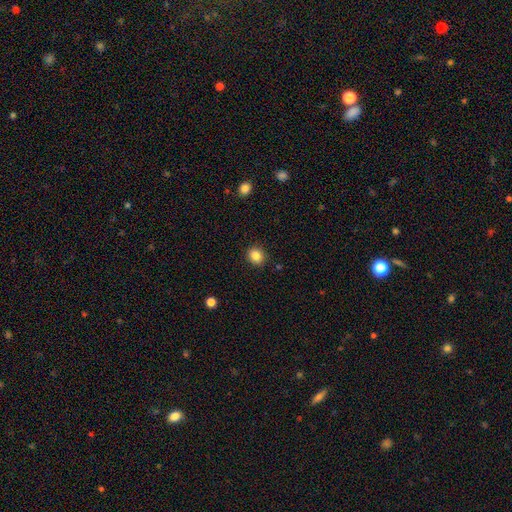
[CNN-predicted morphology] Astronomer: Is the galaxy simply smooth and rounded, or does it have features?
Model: smooth — 85%.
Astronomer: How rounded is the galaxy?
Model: round — 76%.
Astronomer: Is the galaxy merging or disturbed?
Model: none — 89%.